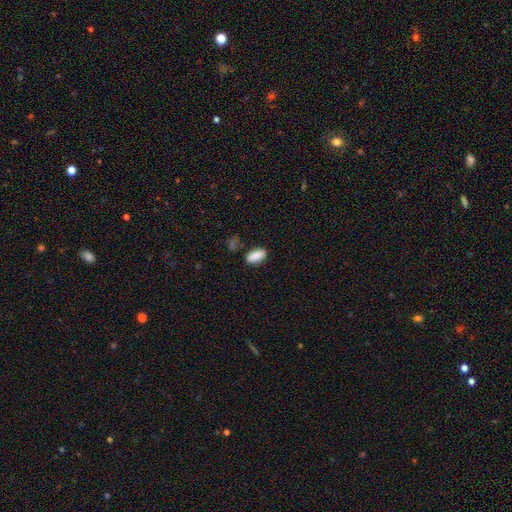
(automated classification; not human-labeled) Overall: smooth (88%). How rounded: in between (86%). Merging: none (79%).